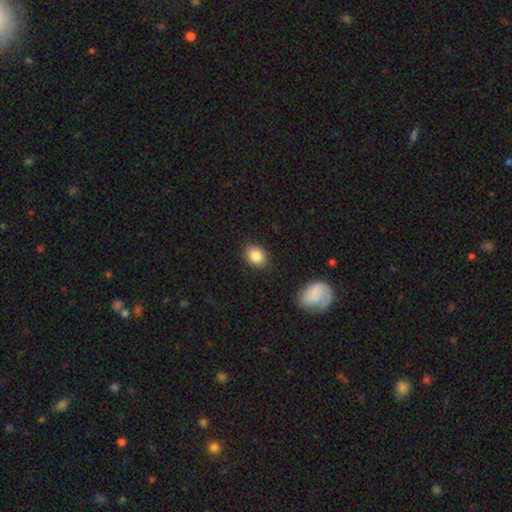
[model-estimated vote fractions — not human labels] Smooth or featured: smooth — 85% (star or artifact — 9%)
How rounded: in between — 51% (round — 48%)
Merging: none — 87% (minor disturbance — 10%)